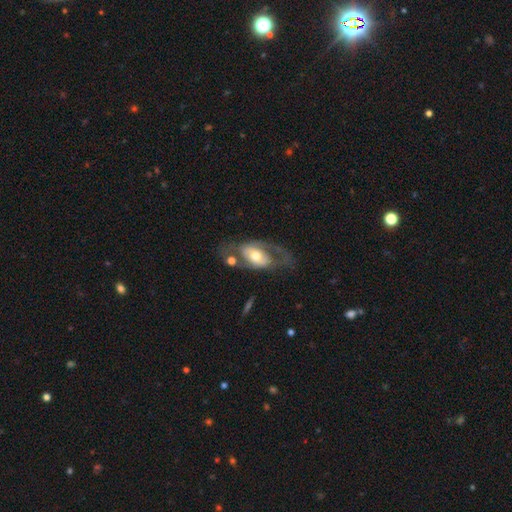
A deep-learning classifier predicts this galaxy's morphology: type=featured or disk (68%); edge-on=no (91%); bar=no (56%); spiral arms=yes (54%); bulge=moderate (67%); merging=none (53%).